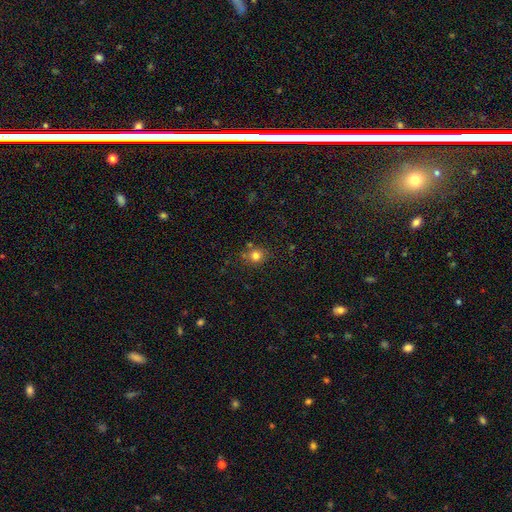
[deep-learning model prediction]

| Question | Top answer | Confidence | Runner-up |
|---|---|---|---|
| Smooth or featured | smooth | 78% | star or artifact (14%) |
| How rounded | round | 80% | in between (19%) |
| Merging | none | 73% | minor disturbance (14%) |